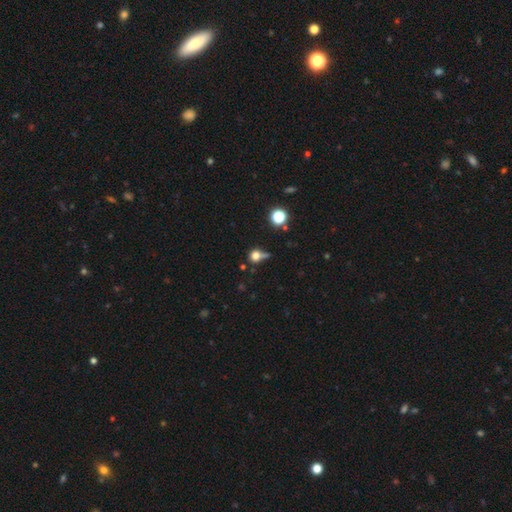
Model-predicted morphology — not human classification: This appears to be a smooth galaxy with no disk features (73%) that is round (84%). Merging: none (49%).